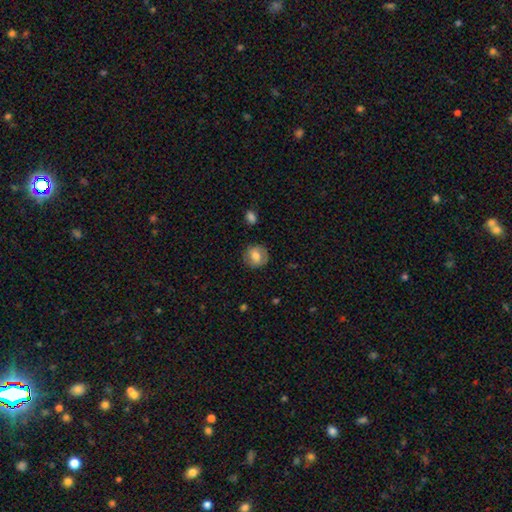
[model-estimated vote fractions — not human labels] The model was most divided on "smooth or featured": smooth: 62%, featured or disk: 31%, star or artifact: 8%. More confident: how rounded — round (82%); merging — none (80%).